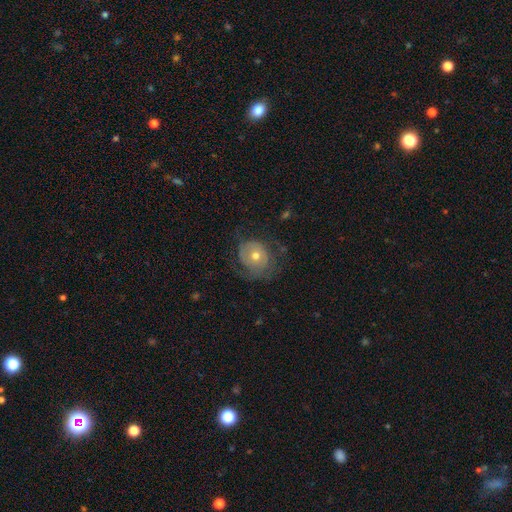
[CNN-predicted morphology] This appears to be a featured or disk galaxy (52%). Merging: none (55%).